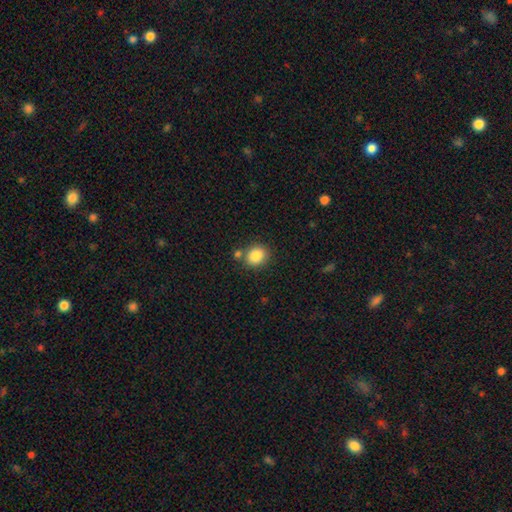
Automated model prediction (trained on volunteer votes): Smooth or featured? smooth (85%)
How rounded? round (68%)
Merging? none (74%)